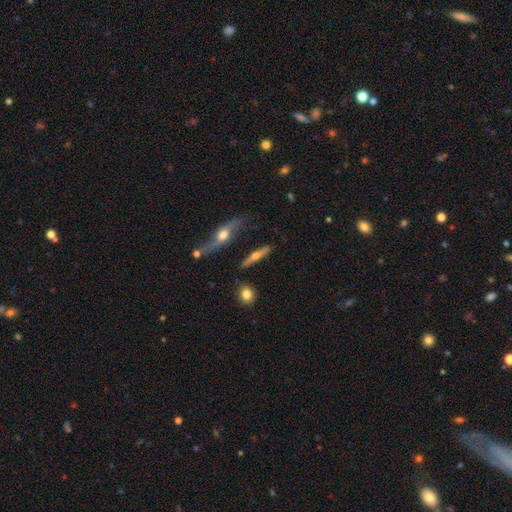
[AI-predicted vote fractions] This is possibly a featured or disk galaxy (59%). It is clearly viewed edge-on (87%). Edge-on bulge: clearly rounded (91%). Merging: likely none (73%).